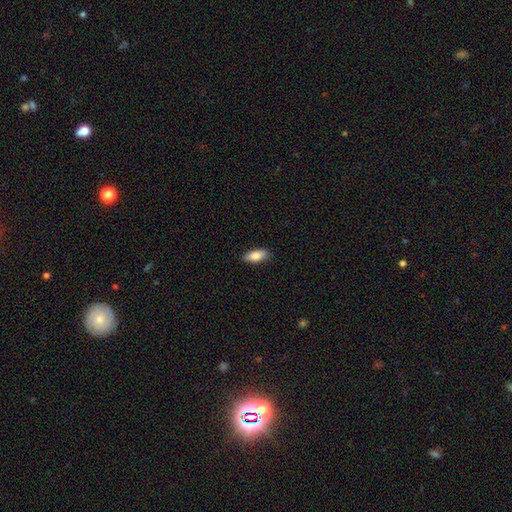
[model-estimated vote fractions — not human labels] Smooth or featured? Predicted: smooth (p=0.84). How rounded? Predicted: in between (p=0.86). Merging? Predicted: none (p=0.88).